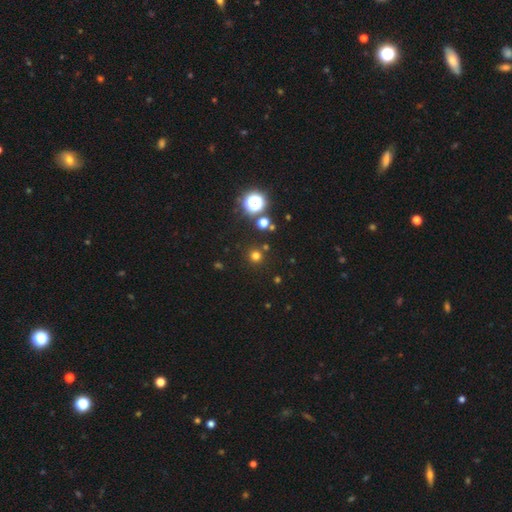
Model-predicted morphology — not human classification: This appears to be a smooth galaxy with no disk features (69%) that is round (95%). Merging: none (87%).